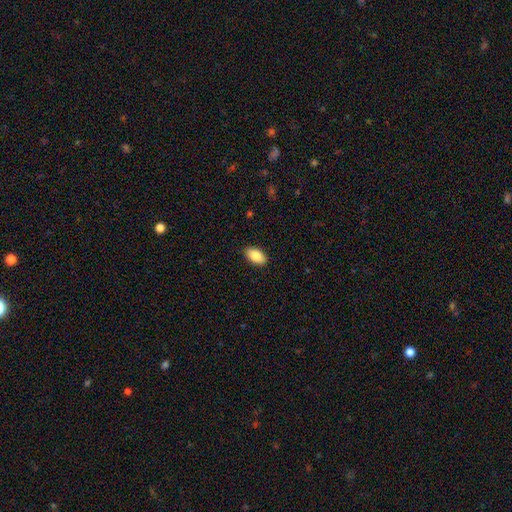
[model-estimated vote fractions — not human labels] Smooth or featured? Predicted: smooth (p=0.85). How rounded? Predicted: in between (p=0.94). Merging? Predicted: none (p=0.89).